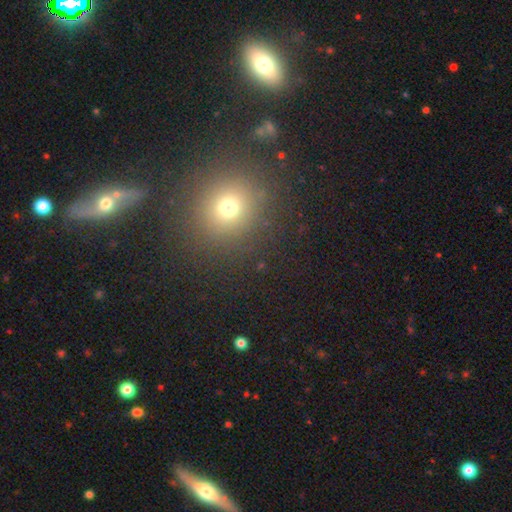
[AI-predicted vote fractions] smooth 54%, star or artifact 34%, featured or disk 12%. Down the decision tree: how rounded — round (82%); merging — none (85%).